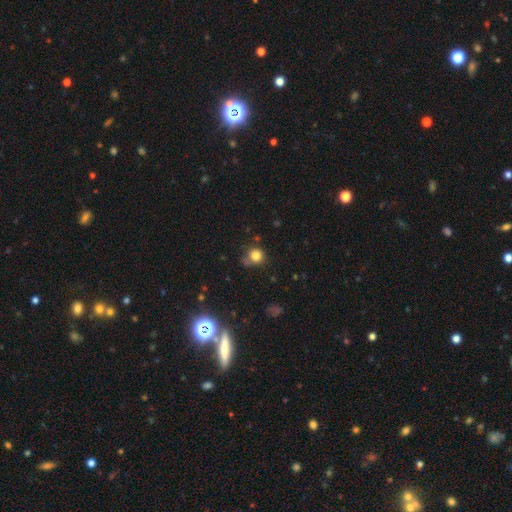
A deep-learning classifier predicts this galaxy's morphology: Smooth or featured? Predicted: smooth (p=0.80). How rounded? Predicted: round (p=0.85). Merging? Predicted: none (p=0.62).